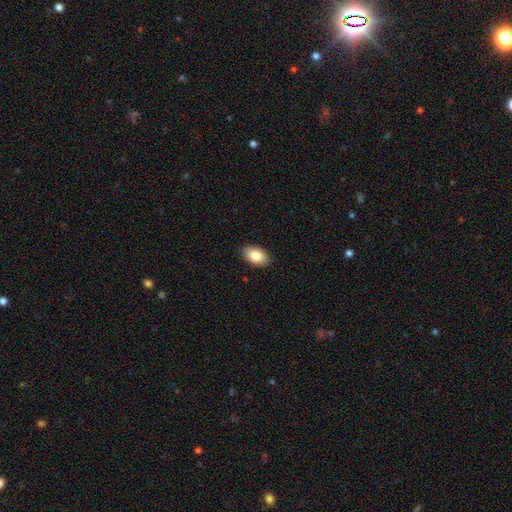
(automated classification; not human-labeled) smooth 84%, featured or disk 9%, star or artifact 7%. Down the decision tree: how rounded — in between (93%); merging — none (90%).